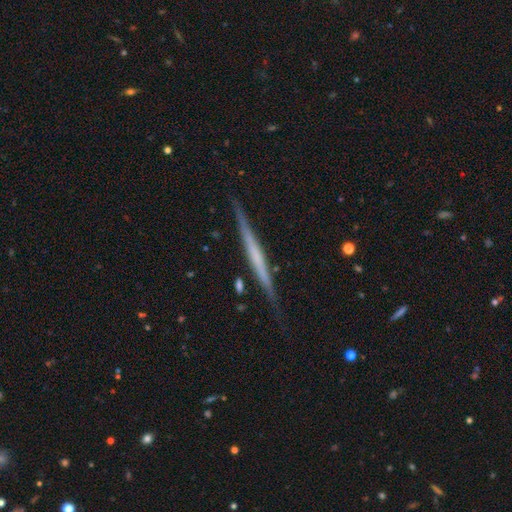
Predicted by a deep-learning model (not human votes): This appears to be a featured or disk galaxy (65%) viewed edge-on (98%) with no central bulge (77%). Merging: none (86%).